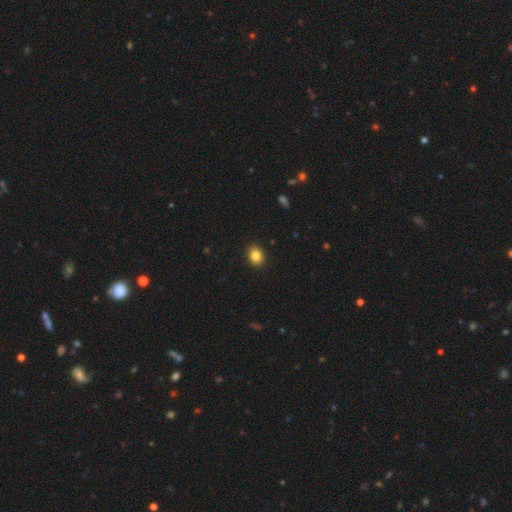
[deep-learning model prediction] A smooth galaxy with no disk features (85%) that is in between round and cigar-shaped (55%).

Vote fractions:
- Smooth or featured? smooth: 85% / star or artifact: 10% / featured or disk: 6%
- How rounded? in between: 55% / round: 44% / cigar-shaped: 1%
- Merging? none: 91% / minor disturbance: 6% / major disturbance: 2% / merger: 1%